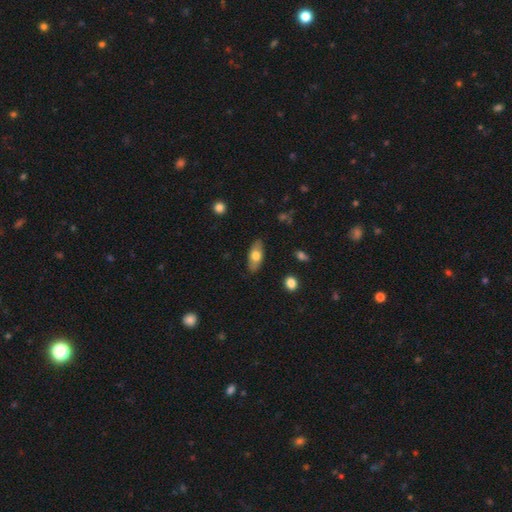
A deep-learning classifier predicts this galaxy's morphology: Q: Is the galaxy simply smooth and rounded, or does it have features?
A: smooth — 67%.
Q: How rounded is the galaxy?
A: in between — 83%.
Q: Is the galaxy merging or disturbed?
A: none — 85%.